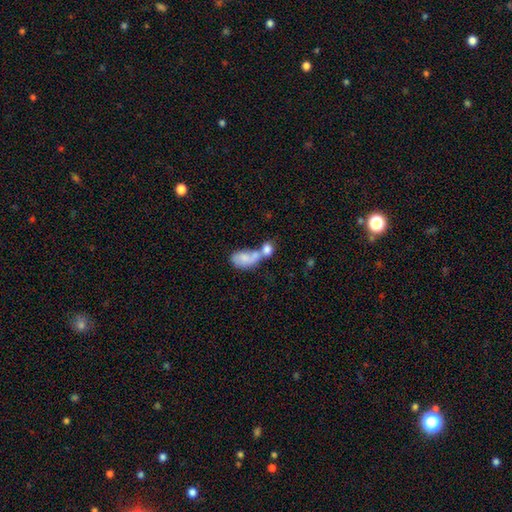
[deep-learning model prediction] Overall: smooth (57%; featured or disk 29%). How rounded: in between (74%). Merging: merger (58%; none 22%).